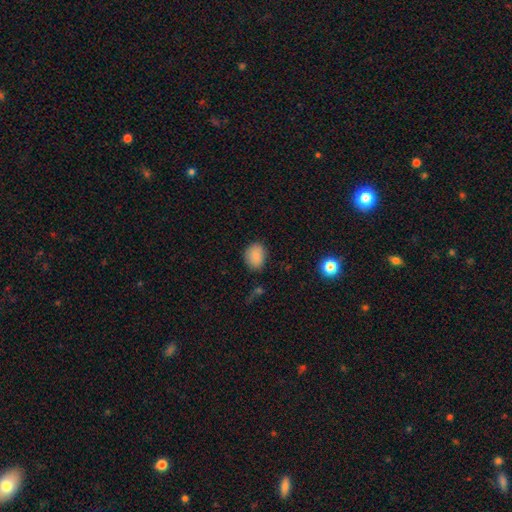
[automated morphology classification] The model was most divided on "how rounded": in between: 57%, round: 42%, cigar-shaped: 1%. More confident: smooth or featured — smooth (86%); merging — none (81%).